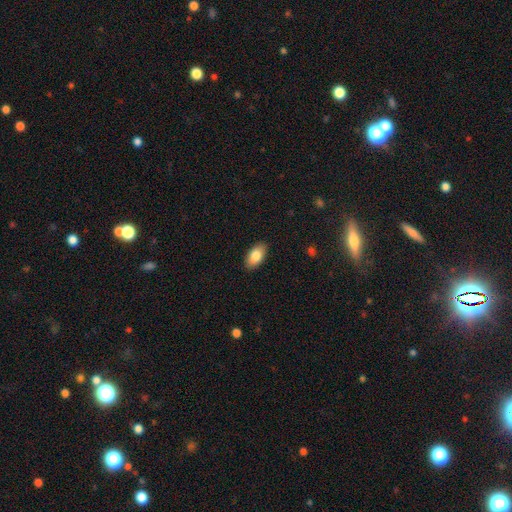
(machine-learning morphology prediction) Smooth or featured? smooth (84%)
How rounded? in between (94%)
Merging? none (89%)